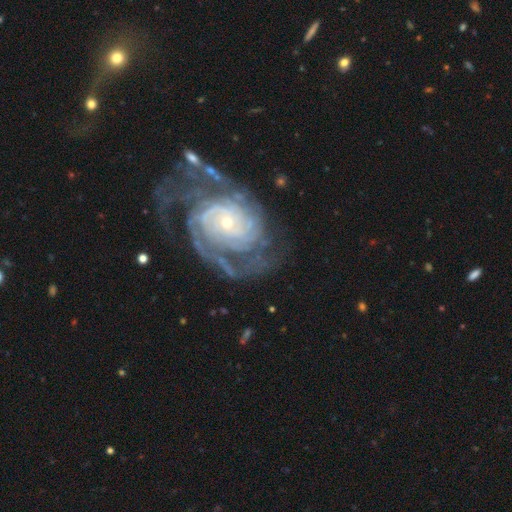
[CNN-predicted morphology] A featured or disk galaxy (87%) with no bar (67%), 2 (39%) tight (61%) spiral arms (96%) and a small central bulge (74%). Merging: none (57%).